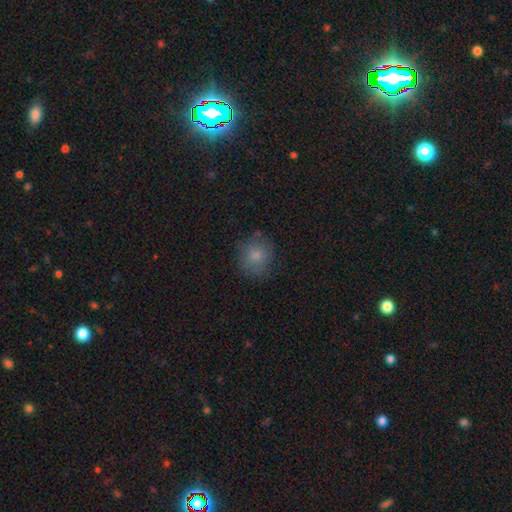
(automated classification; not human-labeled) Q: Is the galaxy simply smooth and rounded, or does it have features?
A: smooth — 80%.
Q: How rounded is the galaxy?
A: round — 85%.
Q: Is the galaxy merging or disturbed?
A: none — 76%.